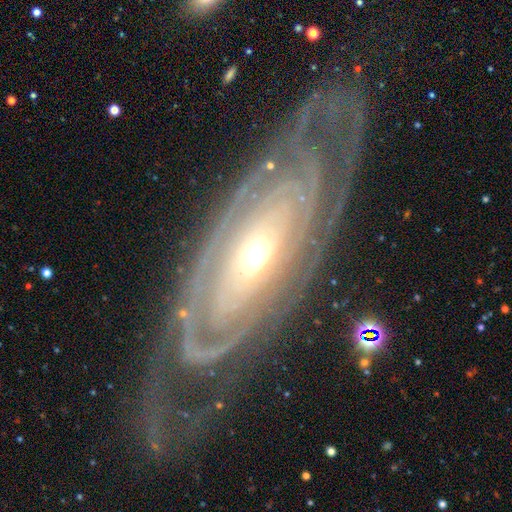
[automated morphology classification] Smooth or featured: featured or disk — 88% (smooth — 7%)
Edge-on disk: no — 89% (yes — 11%)
Bar: no — 73% (weak — 16%)
Spiral arms: yes — 92% (no — 8%)
Spiral winding: tight — 77% (medium — 17%)
Spiral arm count: can't tell — 36% (2 — 24%)
Bulge size: moderate — 51% (small — 42%)
Merging: none — 69% (minor disturbance — 17%)